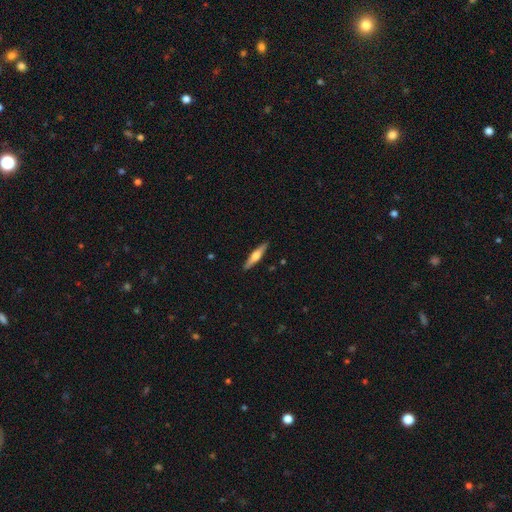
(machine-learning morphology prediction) Smooth or featured?
  - featured or disk: 48% *
  - smooth: 46%
  - star or artifact: 6%
Merging?
  - none: 90% *
  - minor disturbance: 7%
  - major disturbance: 2%
  - merger: 1%